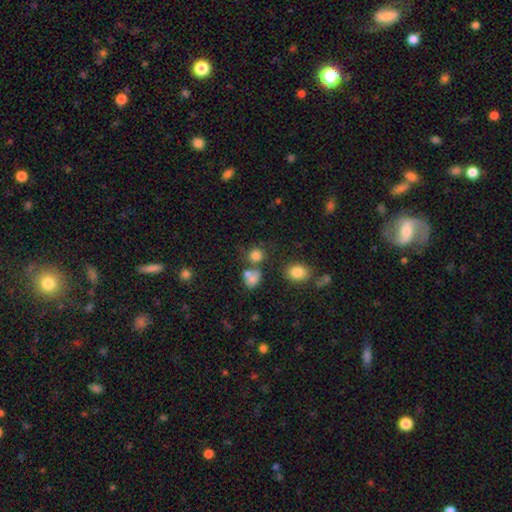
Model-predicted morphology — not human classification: This is likely a smooth galaxy (78%). How rounded: clearly round (80%). Merging: possibly none (58%).